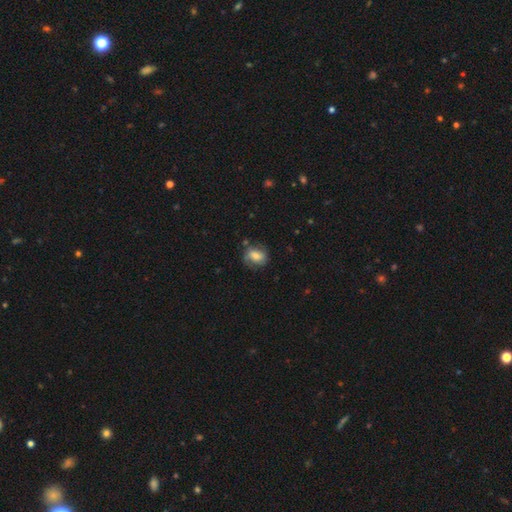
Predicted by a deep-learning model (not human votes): Smooth or featured?
  - smooth: 60% *
  - featured or disk: 32%
  - star or artifact: 9%
How rounded?
  - in between: 57% *
  - round: 42%
  - cigar-shaped: 2%
Merging?
  - none: 64% *
  - minor disturbance: 23%
  - major disturbance: 10%
  - merger: 3%